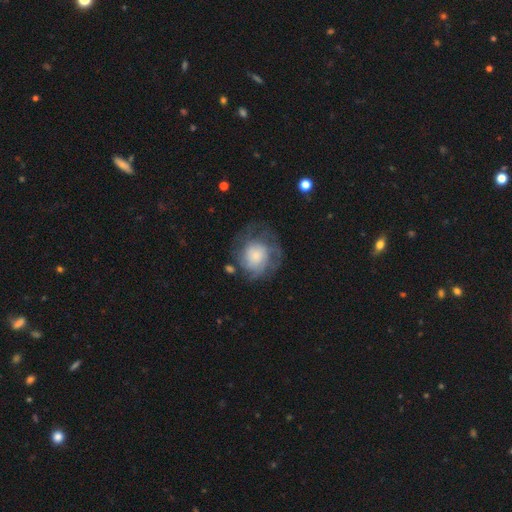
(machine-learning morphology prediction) Smooth or featured?
  - featured or disk: 49% *
  - smooth: 42%
  - star or artifact: 9%
Merging?
  - none: 53% *
  - major disturbance: 22%
  - minor disturbance: 22%
  - merger: 3%